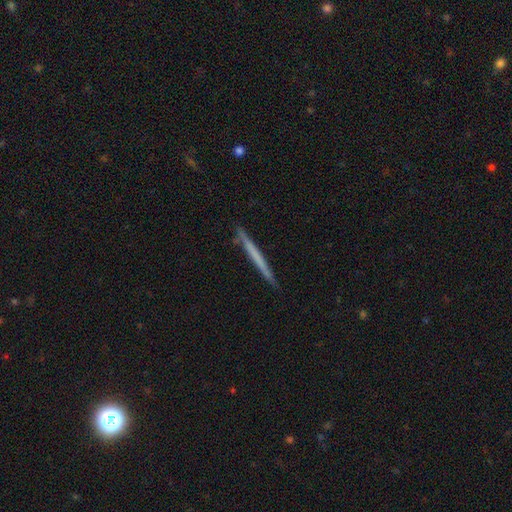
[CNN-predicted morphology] A smooth galaxy with no disk features (48%). Merging: none (89%).